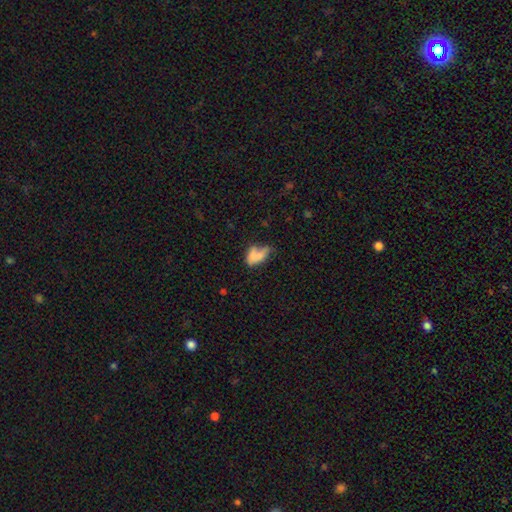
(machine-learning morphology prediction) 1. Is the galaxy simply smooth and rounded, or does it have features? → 65% smooth, 23% featured or disk, 11% star or artifact.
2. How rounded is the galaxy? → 84% in between, 9% cigar-shaped, 7% round.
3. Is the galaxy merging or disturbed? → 28% none, 26% major disturbance, 24% minor disturbance, 23% merger.